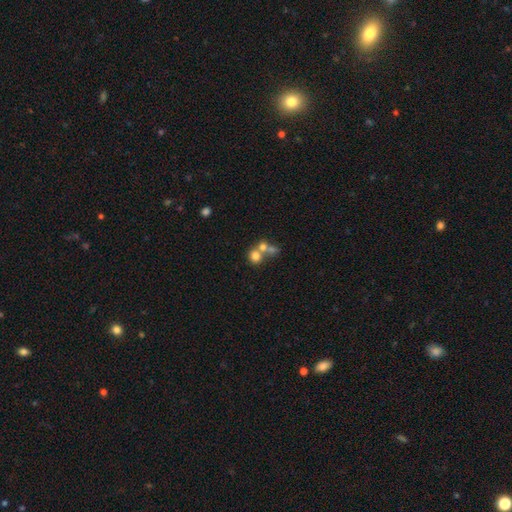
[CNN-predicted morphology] This is likely a smooth galaxy (71%). How rounded: clearly round (80%). Merging: possibly merger (55%).